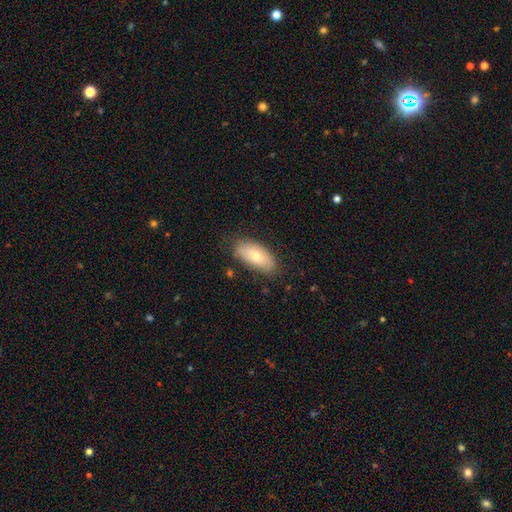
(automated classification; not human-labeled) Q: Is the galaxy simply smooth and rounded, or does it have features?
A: smooth — 73%.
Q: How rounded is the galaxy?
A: in between — 90%.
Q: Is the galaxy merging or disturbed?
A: none — 80%.